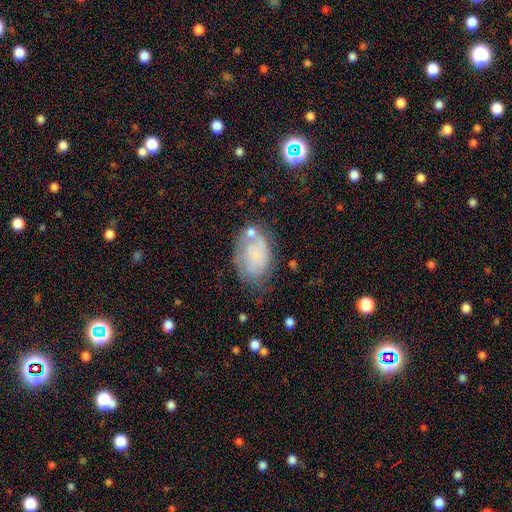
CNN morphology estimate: Smooth or featured? Predicted: smooth (p=0.51). How rounded? Predicted: in between (p=0.89). Merging? Predicted: none (p=0.47).